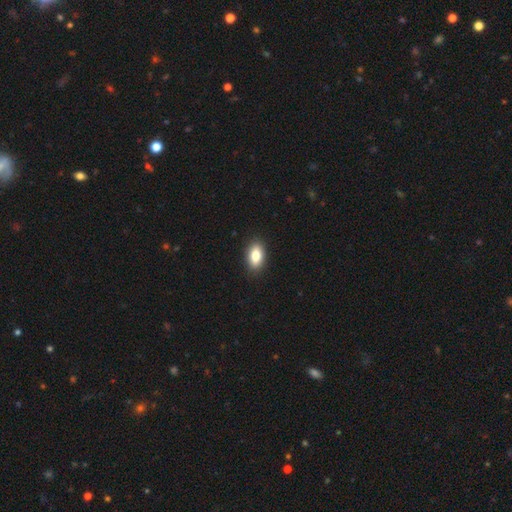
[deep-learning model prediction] Smooth or featured? smooth (81%)
How rounded? in between (89%)
Merging? none (90%)